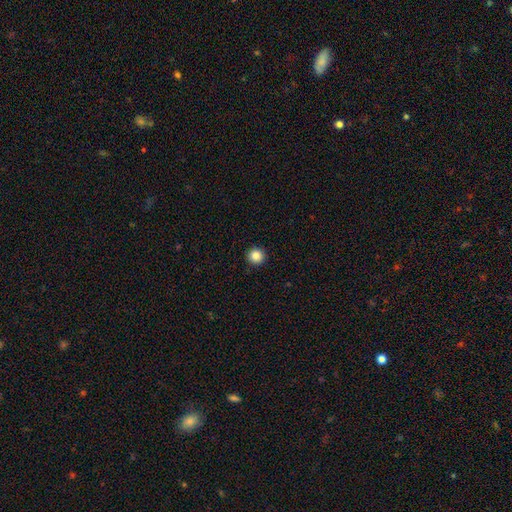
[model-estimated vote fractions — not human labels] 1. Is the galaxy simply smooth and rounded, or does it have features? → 86% smooth, 10% star or artifact, 4% featured or disk.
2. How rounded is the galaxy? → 95% round, 4% in between, 1% cigar-shaped.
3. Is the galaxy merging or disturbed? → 93% none, 4% minor disturbance, 1% major disturbance, 1% merger.